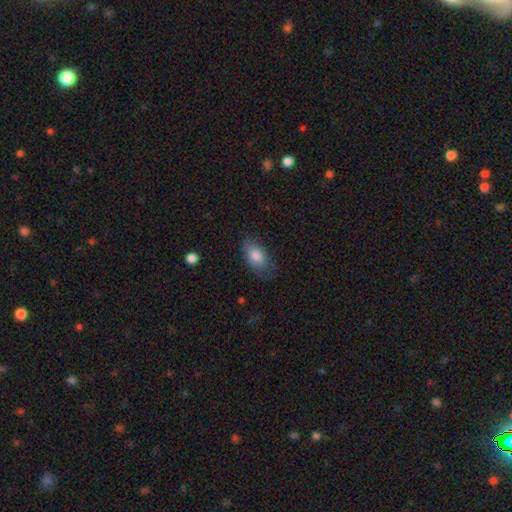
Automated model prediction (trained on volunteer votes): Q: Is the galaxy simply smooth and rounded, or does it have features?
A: smooth — 81%.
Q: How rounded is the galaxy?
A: in between — 91%.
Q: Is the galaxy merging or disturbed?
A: none — 69%.